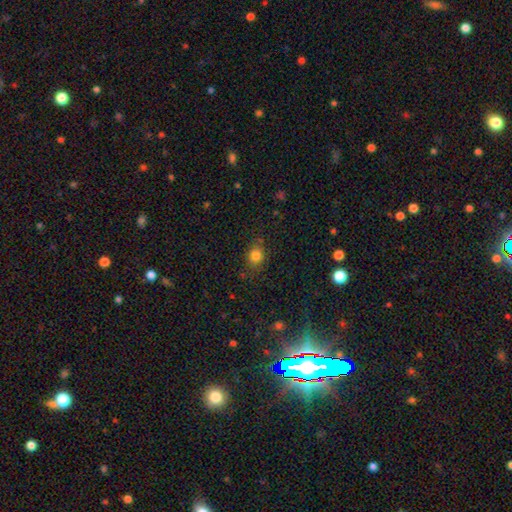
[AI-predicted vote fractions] smooth 81%, star or artifact 13%, featured or disk 6%. Down the decision tree: how rounded — round (64%); merging — none (77%).